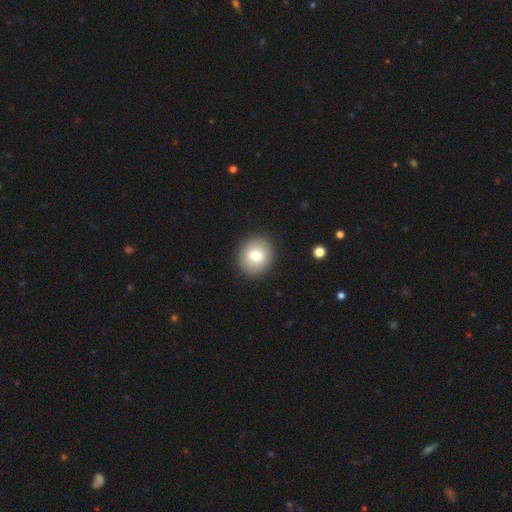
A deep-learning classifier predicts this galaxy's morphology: type=smooth (77%); roundness=round (84%); merging=none (91%).